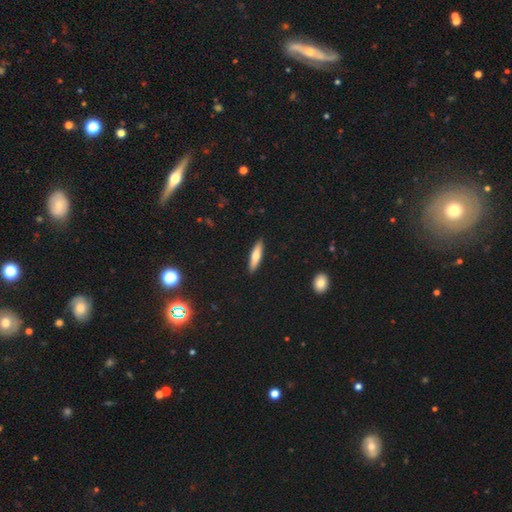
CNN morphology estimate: The model was most divided on "smooth or featured": smooth: 67%, featured or disk: 27%, star or artifact: 6%. More confident: merging — none (90%); how rounded — cigar-shaped (74%).